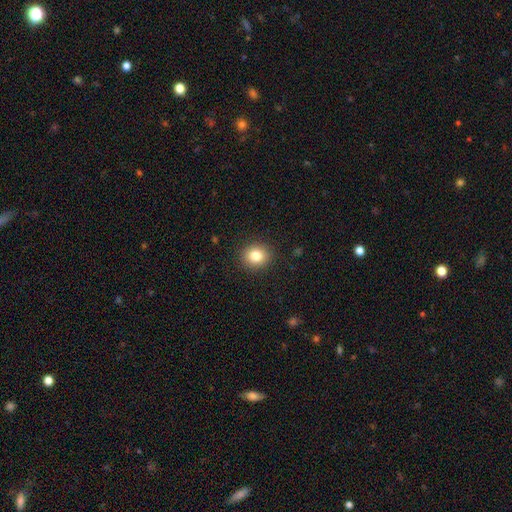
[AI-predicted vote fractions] Overall: smooth (82%). How rounded: round (78%). Merging: none (90%).